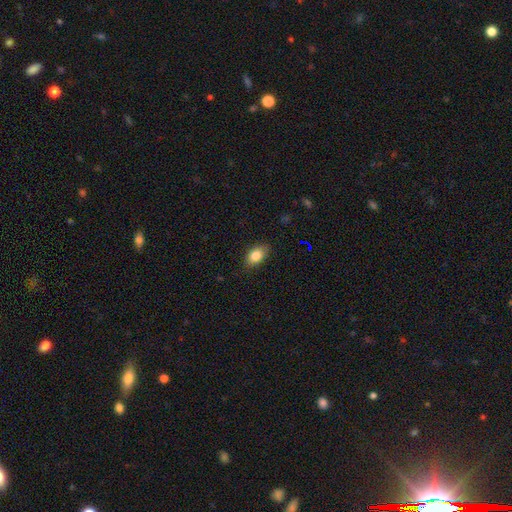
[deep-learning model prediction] The model was most divided on "merging": none: 82%, minor disturbance: 14%, major disturbance: 3%, merger: 1%. More confident: how rounded — in between (85%); smooth or featured — smooth (84%).